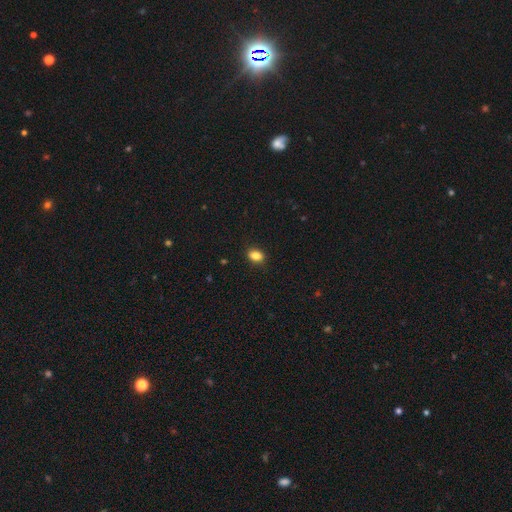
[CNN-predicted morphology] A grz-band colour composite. It shows a smooth galaxy with no disk features (85%) that is in between round and cigar-shaped (72%). Merging: none (89%).